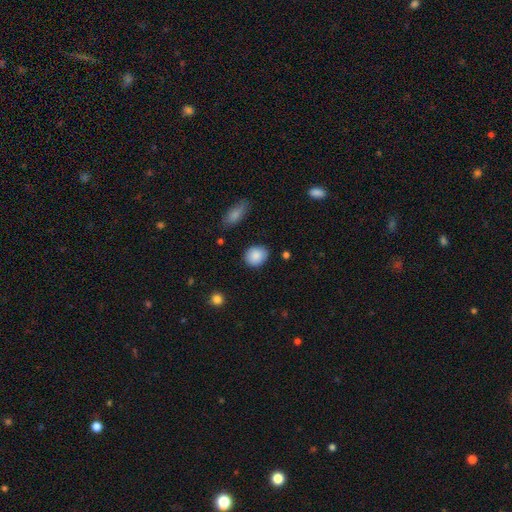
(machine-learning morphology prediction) Q: Smooth or featured?
A: smooth (88%); runner-up: star or artifact (7%)
Q: How rounded?
A: round (61%); runner-up: in between (38%)
Q: Merging?
A: none (85%); runner-up: minor disturbance (11%)